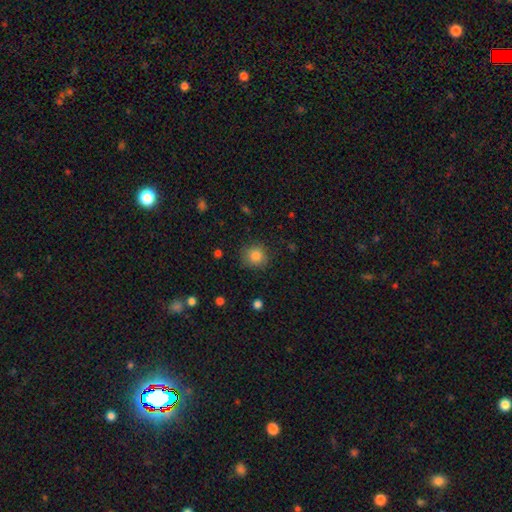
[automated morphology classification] The model was most divided on "merging": none: 84%, minor disturbance: 12%, major disturbance: 3%, merger: 1%. More confident: how rounded — round (89%); smooth or featured — smooth (84%).